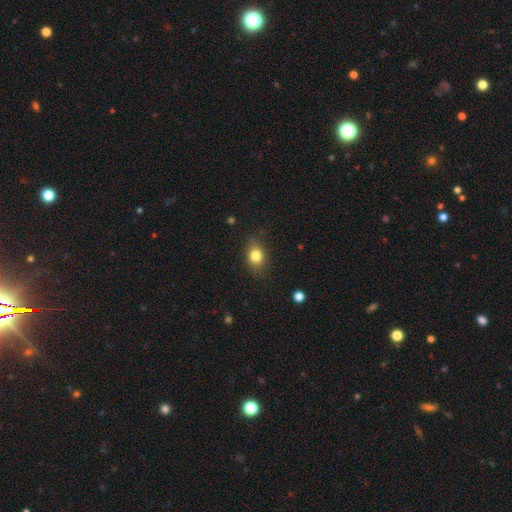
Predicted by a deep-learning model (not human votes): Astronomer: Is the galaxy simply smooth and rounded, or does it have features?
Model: smooth — 80%.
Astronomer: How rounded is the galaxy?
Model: in between — 64%.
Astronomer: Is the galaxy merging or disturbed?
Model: none — 78%.